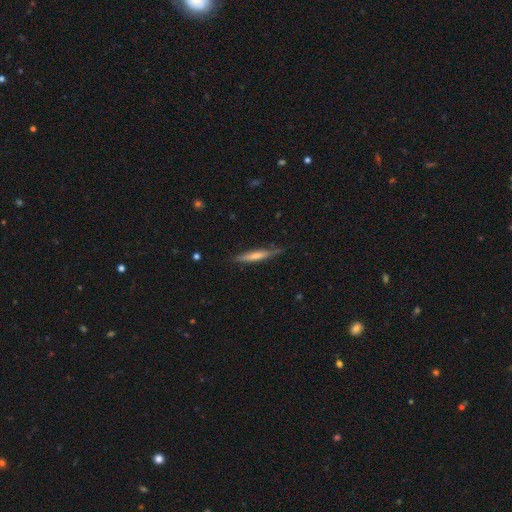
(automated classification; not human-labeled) Smooth or featured? featured or disk (49%)
Merging? none (83%)